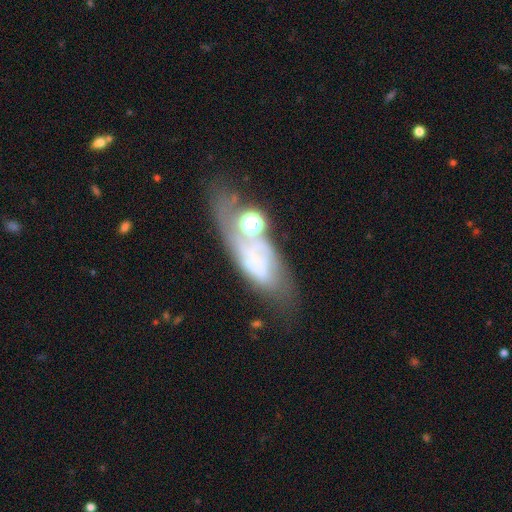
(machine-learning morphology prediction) smooth-or-featured: featured or disk: 56% | smooth: 29% | star or artifact: 15%
  disk-edge-on: no: 78% | yes: 22%
  merging: none: 46% | minor disturbance: 23% | major disturbance: 19% | merger: 12%